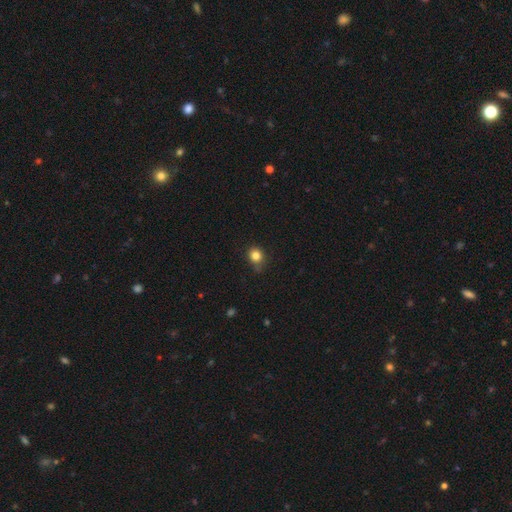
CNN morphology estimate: type=smooth (83%); roundness=round (77%); merging=none (76%).